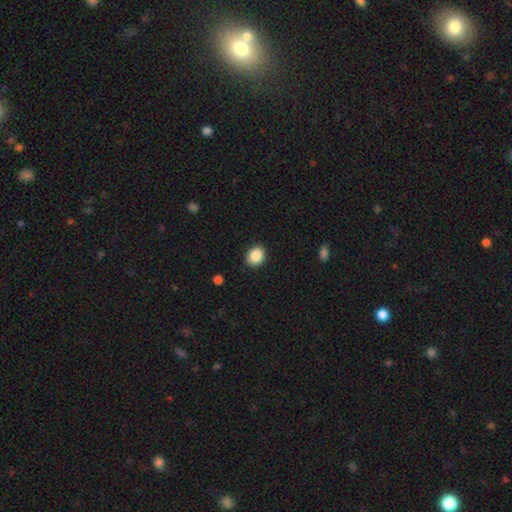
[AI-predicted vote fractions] A smooth galaxy with no disk features (88%) that is round (62%).

Vote fractions:
- Smooth or featured? smooth: 88% / star or artifact: 9% / featured or disk: 3%
- How rounded? round: 62% / in between: 37% / cigar-shaped: 1%
- Merging? none: 89% / minor disturbance: 8% / major disturbance: 2% / merger: 1%